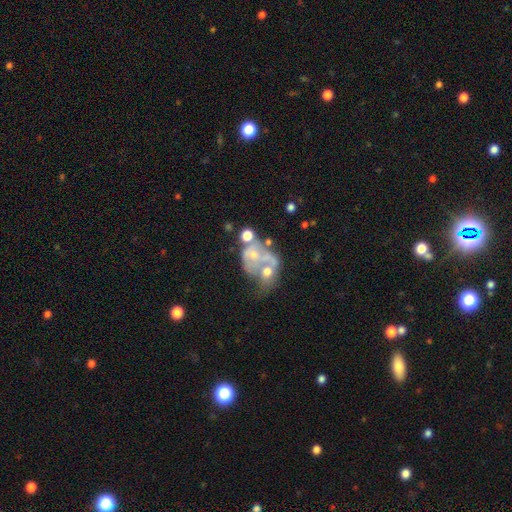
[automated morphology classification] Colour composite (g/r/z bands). It shows a featured or disk galaxy (61%) with no bar (82%), no spiral arms (63%) and a small central bulge (46%). Merging: merger (52%).